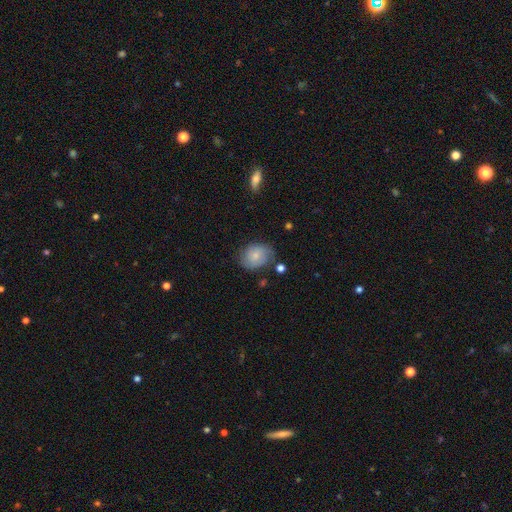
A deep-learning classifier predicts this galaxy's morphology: Smooth or featured? smooth (58%)
How rounded? in between (58%)
Merging? none (68%)